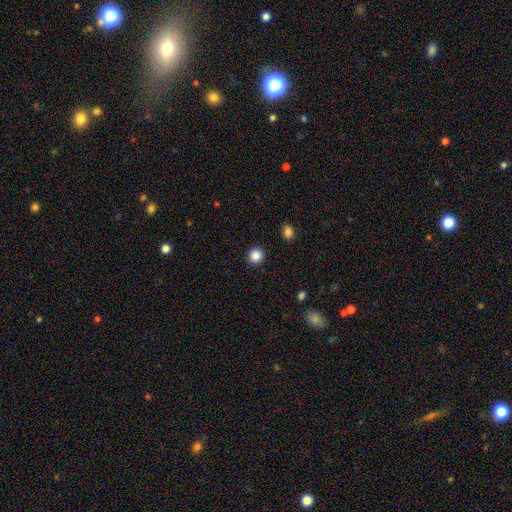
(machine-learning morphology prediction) Smooth or featured: smooth — 87% (star or artifact — 10%)
How rounded: round — 91% (in between — 8%)
Merging: none — 92% (minor disturbance — 5%)